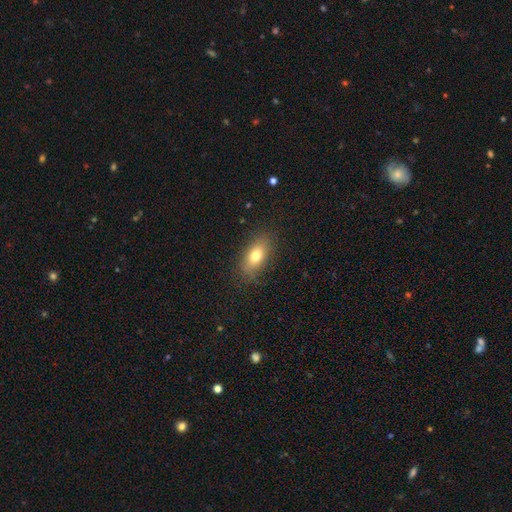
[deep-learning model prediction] Smooth or featured? smooth (74%)
How rounded? in between (82%)
Merging? none (84%)